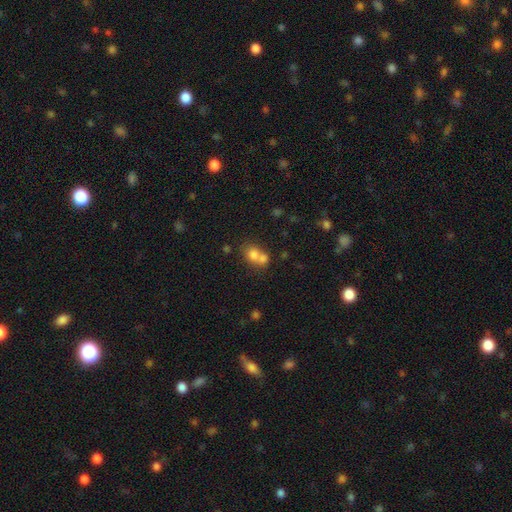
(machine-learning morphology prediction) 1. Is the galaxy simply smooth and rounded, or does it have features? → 74% smooth, 14% featured or disk, 11% star or artifact.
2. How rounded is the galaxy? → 53% round, 45% in between, 1% cigar-shaped.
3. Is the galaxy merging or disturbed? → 60% merger, 29% none, 7% minor disturbance, 4% major disturbance.